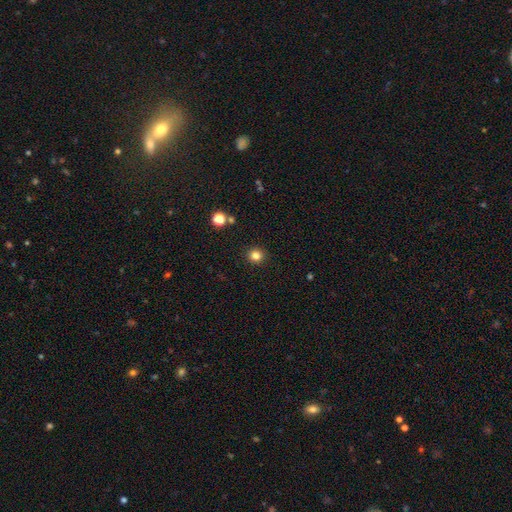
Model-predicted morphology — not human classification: Overall: smooth (82%). How rounded: round (92%). Merging: none (92%).